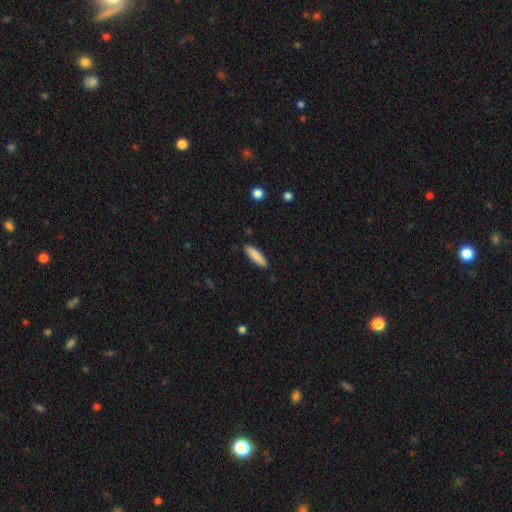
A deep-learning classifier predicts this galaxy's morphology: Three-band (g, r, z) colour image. It shows a smooth galaxy with no disk features (86%) that is cigar-shaped (73%). Merging: none (88%).